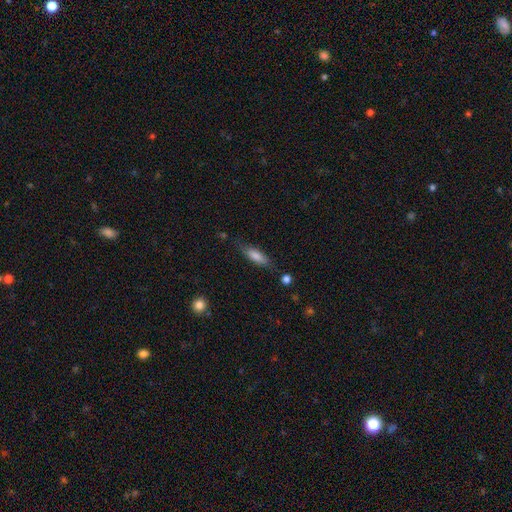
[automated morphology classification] A smooth galaxy with no disk features (74%) that is cigar-shaped (52%).

Vote fractions:
- Smooth or featured? smooth: 74% / featured or disk: 19% / star or artifact: 7%
- How rounded? cigar-shaped: 52% / in between: 46% / round: 2%
- Merging? none: 72% / minor disturbance: 20% / major disturbance: 5% / merger: 3%